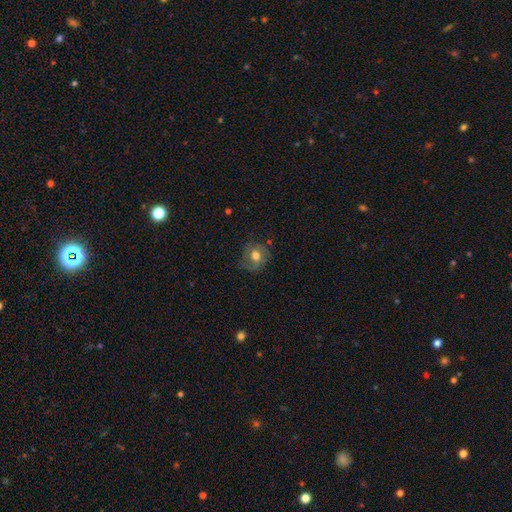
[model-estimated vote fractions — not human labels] Smooth or featured: smooth — 60% (featured or disk — 30%)
How rounded: round — 77% (in between — 22%)
Merging: none — 68% (minor disturbance — 22%)